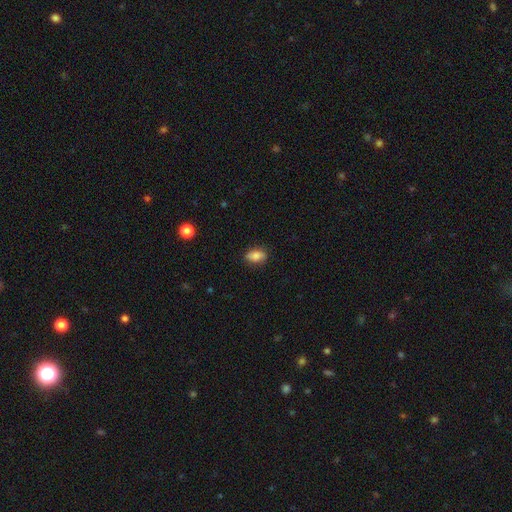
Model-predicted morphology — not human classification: Q: Smooth or featured?
A: smooth (84%); runner-up: featured or disk (8%)
Q: How rounded?
A: in between (87%); runner-up: round (9%)
Q: Merging?
A: none (84%); runner-up: minor disturbance (13%)